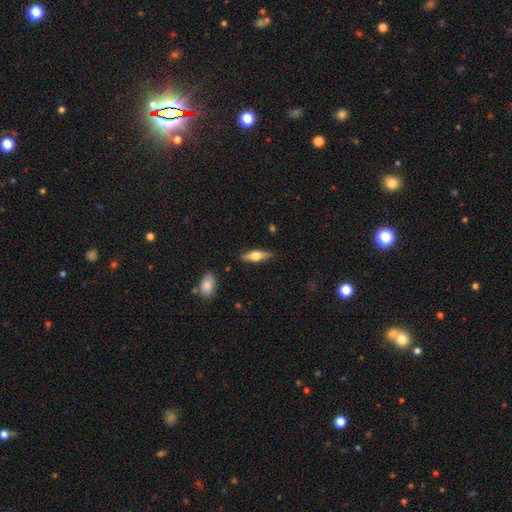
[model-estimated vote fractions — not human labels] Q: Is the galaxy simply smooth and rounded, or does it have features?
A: featured or disk — 59%.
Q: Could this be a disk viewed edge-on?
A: yes — 94%.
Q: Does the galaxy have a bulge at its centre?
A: rounded — 94%.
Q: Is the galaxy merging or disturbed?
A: none — 86%.